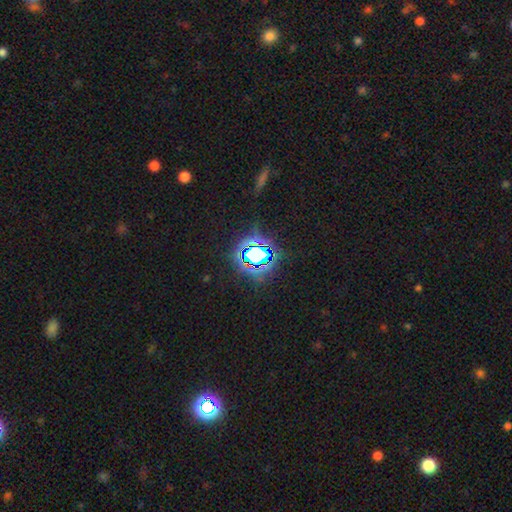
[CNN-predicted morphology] This appears to be a star or artifact, not a galaxy (71%).